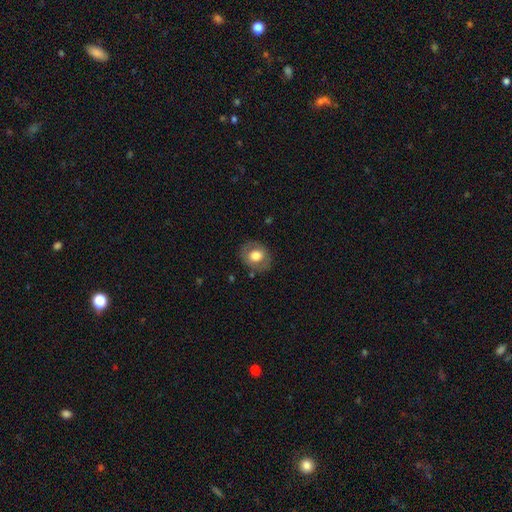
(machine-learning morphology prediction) smooth_or_featured: smooth (p=0.65) [alt: featured or disk p=0.28]
how_rounded: round (p=0.66) [alt: in between p=0.33]
merging: none (p=0.81) [alt: minor disturbance p=0.13]